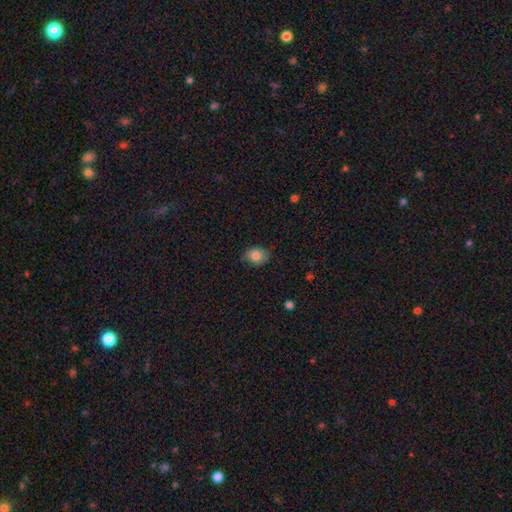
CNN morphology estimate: smooth-or-featured: smooth: 84% | star or artifact: 9% | featured or disk: 8%
  how-rounded: in between: 53% | round: 46% | cigar-shaped: 1%
  merging: none: 72% | minor disturbance: 23% | major disturbance: 4% | merger: 1%